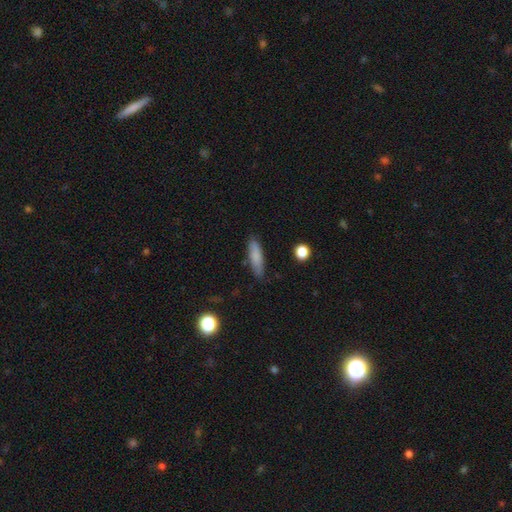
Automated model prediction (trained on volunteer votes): This appears to be a smooth galaxy with no disk features (82%) that is cigar-shaped (64%). Merging: none (83%).